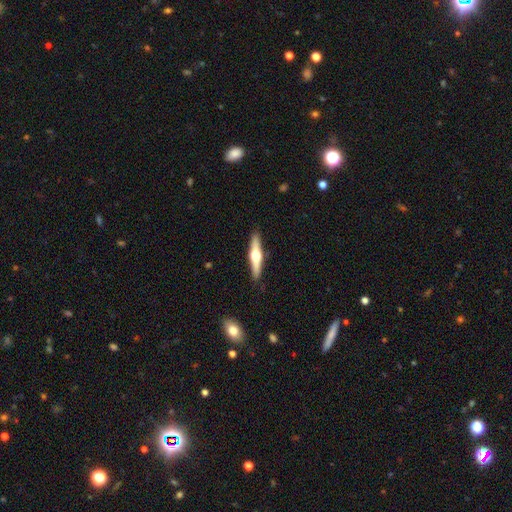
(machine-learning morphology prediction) smooth-or-featured: featured or disk: 65% | smooth: 29% | star or artifact: 5%
  disk-edge-on: yes: 97% | no: 3%
    edge-on-bulge: rounded: 95% | boxy: 3% | none: 2%
  merging: none: 90% | minor disturbance: 7% | major disturbance: 2% | merger: 1%